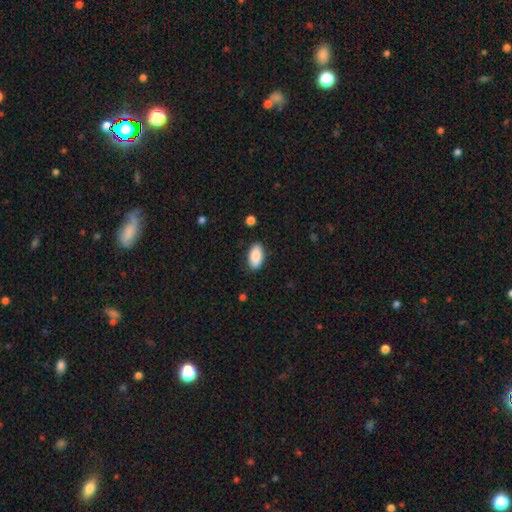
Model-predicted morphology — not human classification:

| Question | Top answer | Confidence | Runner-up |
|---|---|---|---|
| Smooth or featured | smooth | 85% | featured or disk (8%) |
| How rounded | in between | 94% | round (3%) |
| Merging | none | 86% | minor disturbance (10%) |